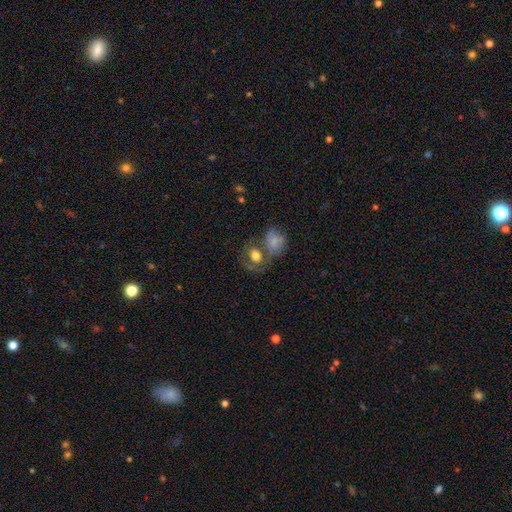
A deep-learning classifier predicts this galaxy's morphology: smooth 63%, featured or disk 27%, star or artifact 10%. Down the decision tree: how rounded — round (51%); merging — none (38%).